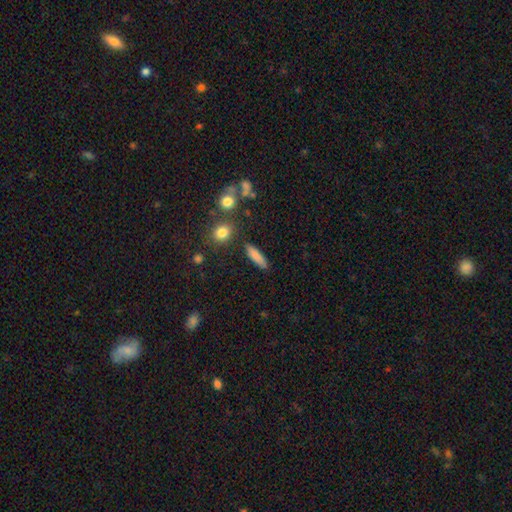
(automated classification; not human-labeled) Smooth or featured? Predicted: smooth (p=0.82). How rounded? Predicted: cigar-shaped (p=0.68). Merging? Predicted: none (p=0.83).